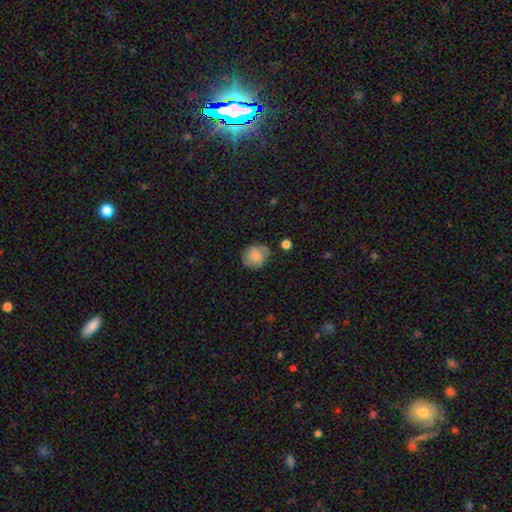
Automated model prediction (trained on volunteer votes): smooth-or-featured: smooth: 73% | featured or disk: 19% | star or artifact: 9%
  how-rounded: round: 74% | in between: 25% | cigar-shaped: 1%
  merging: none: 60% | minor disturbance: 27% | major disturbance: 8% | merger: 4%